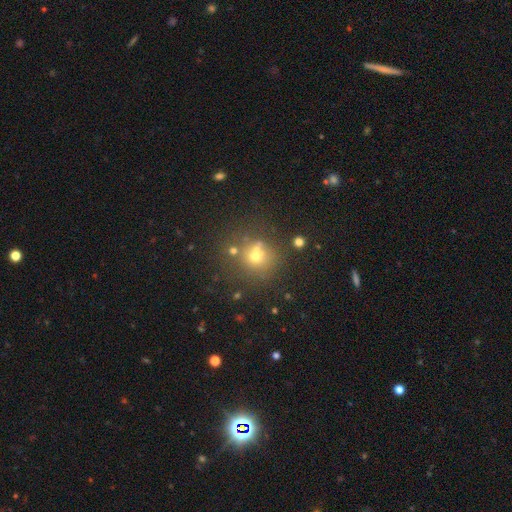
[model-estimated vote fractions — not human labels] This is possibly a smooth galaxy (59%). How rounded: clearly round (87%). Merging: likely none (61%).